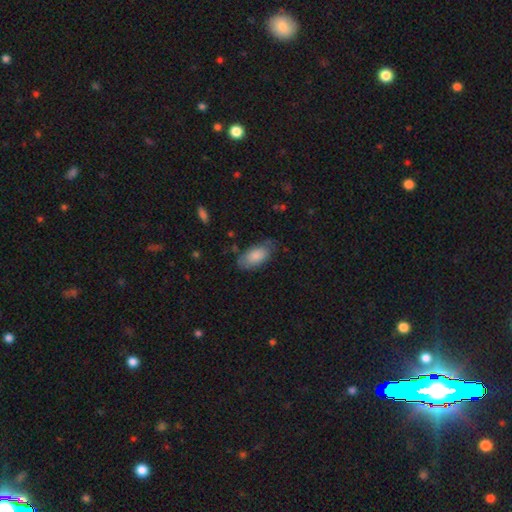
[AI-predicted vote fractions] The model was most divided on "merging": none: 67%, minor disturbance: 24%, major disturbance: 6%, merger: 2%. More confident: how rounded — in between (93%); smooth or featured — smooth (84%).